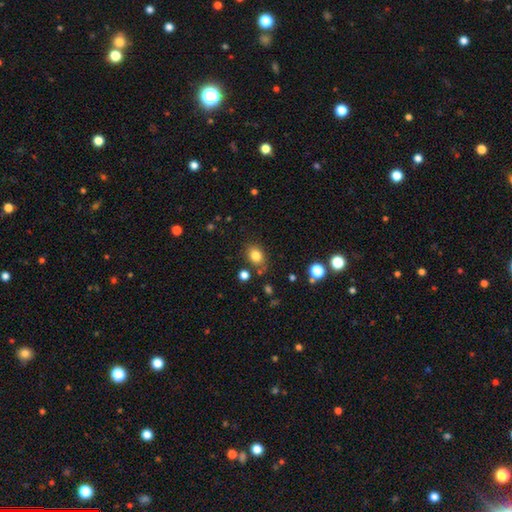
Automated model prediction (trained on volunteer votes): Smooth or featured: smooth — 82% (star or artifact — 12%)
How rounded: in between — 55% (round — 44%)
Merging: none — 79% (minor disturbance — 12%)